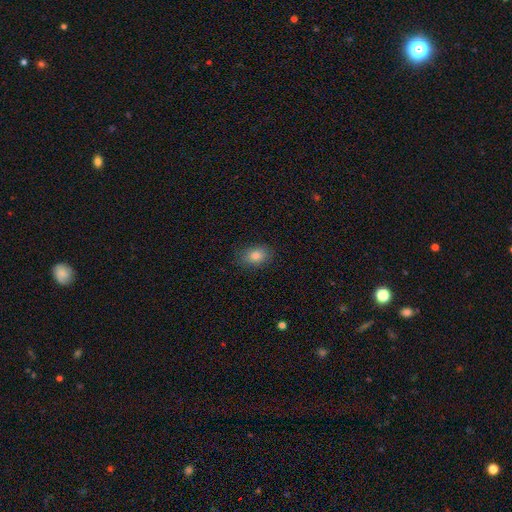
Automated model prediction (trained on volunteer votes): Smooth or featured? smooth (83%)
How rounded? in between (79%)
Merging? none (83%)